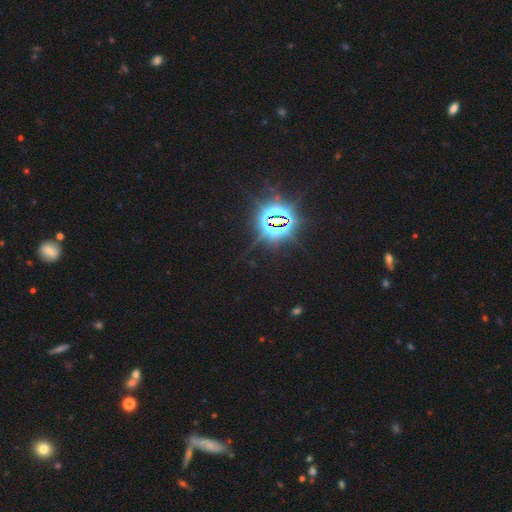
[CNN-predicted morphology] This is clearly a star or artifact rather than a galaxy (85%).